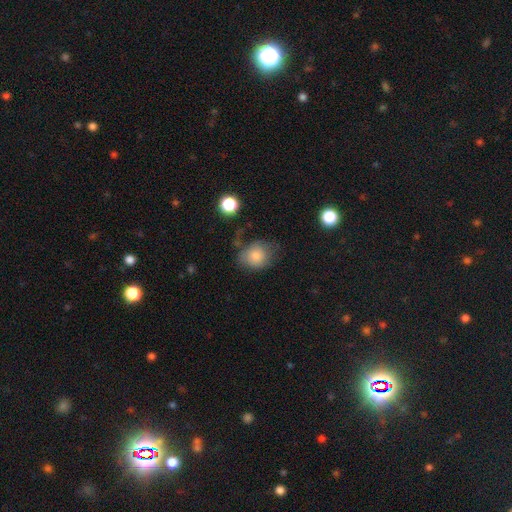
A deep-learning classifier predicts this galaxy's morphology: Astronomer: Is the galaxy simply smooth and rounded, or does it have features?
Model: smooth — 78%.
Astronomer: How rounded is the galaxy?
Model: round — 66%.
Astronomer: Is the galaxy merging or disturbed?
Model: none — 52% (runner-up: minor disturbance, 29%).